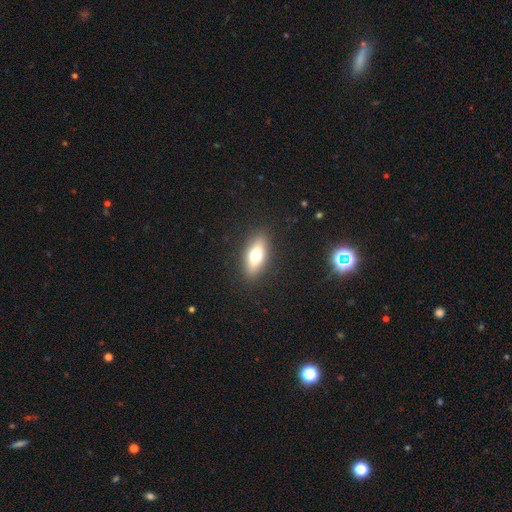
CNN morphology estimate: Q: Smooth or featured?
A: smooth (70%); runner-up: featured or disk (22%)
Q: How rounded?
A: in between (75%); runner-up: cigar-shaped (21%)
Q: Merging?
A: none (88%); runner-up: minor disturbance (8%)